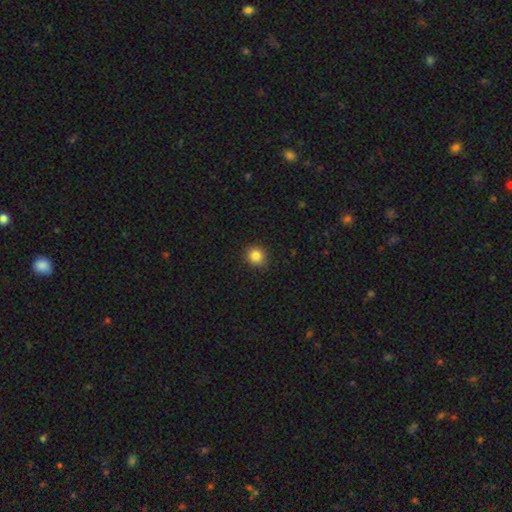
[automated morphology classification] smooth-or-featured: smooth: 84% | star or artifact: 11% | featured or disk: 4%
  how-rounded: round: 88% | in between: 12% | cigar-shaped: 1%
  merging: none: 88% | minor disturbance: 9% | major disturbance: 2% | merger: 1%